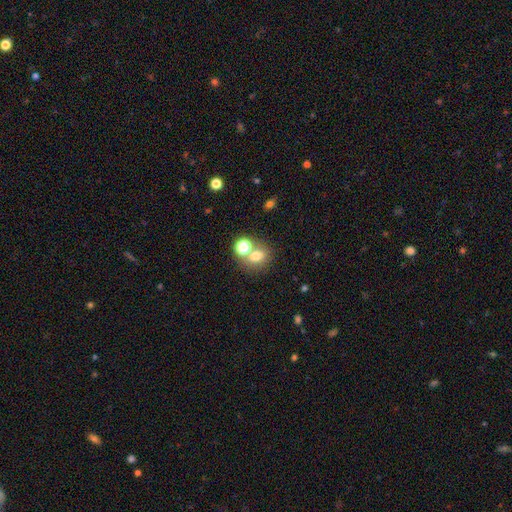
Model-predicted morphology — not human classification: A smooth galaxy with no disk features (72%) that is round (59%). Merging: none (53%).